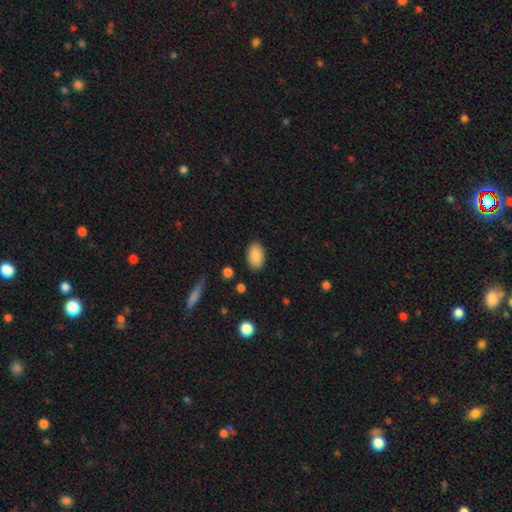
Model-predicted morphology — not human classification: smooth_or_featured: smooth (p=0.87) [alt: star or artifact p=0.07]
how_rounded: in between (p=0.93) [alt: round p=0.05]
merging: none (p=0.87) [alt: minor disturbance p=0.09]